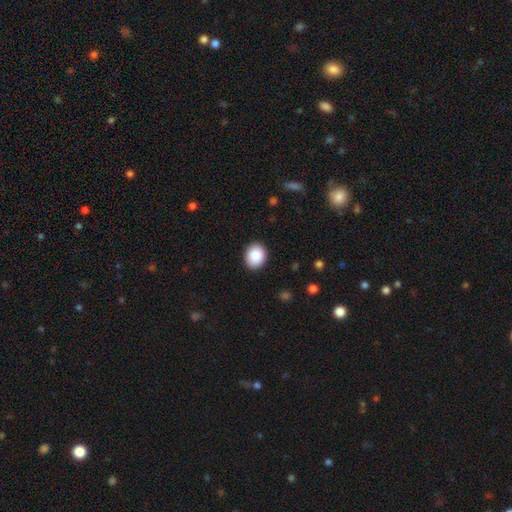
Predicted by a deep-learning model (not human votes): A smooth galaxy with no disk features (88%) that is round (57%).

Vote fractions:
- Smooth or featured? smooth: 88% / star or artifact: 8% / featured or disk: 4%
- How rounded? round: 57% / in between: 42% / cigar-shaped: 1%
- Merging? none: 90% / minor disturbance: 7% / major disturbance: 2% / merger: 1%